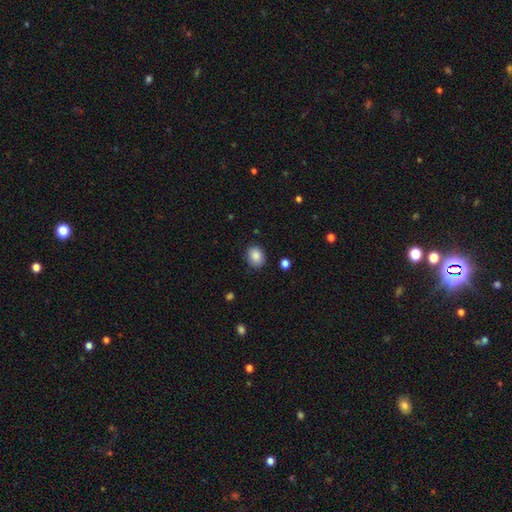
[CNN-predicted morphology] Smooth or featured? smooth (87%)
How rounded? round (53%)
Merging? none (84%)